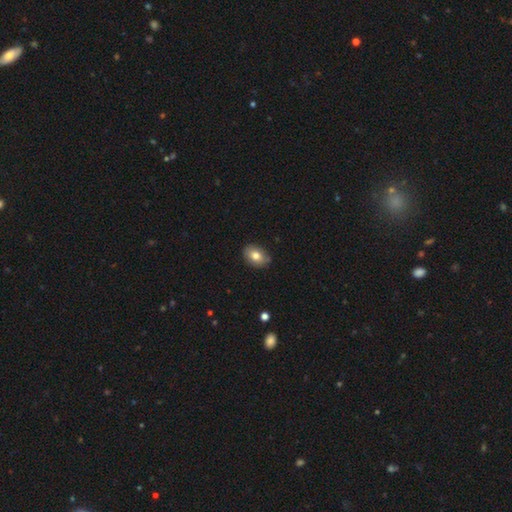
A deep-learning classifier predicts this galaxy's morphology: This appears to be a smooth galaxy with no disk features (78%) that is in between round and cigar-shaped (77%). Merging: none (83%).